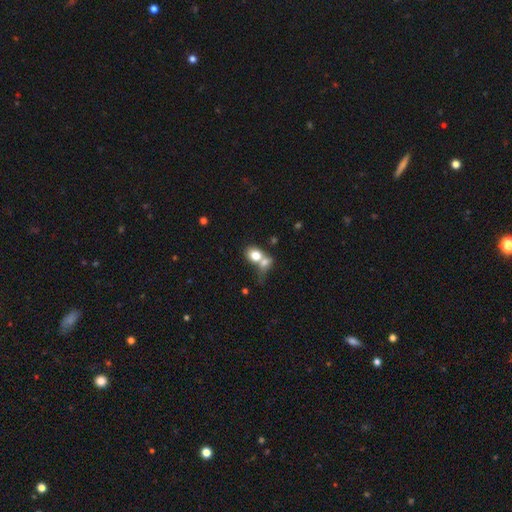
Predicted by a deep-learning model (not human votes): This is likely a smooth galaxy (74%). How rounded: possibly in between (56%). Merging: likely merger (63%).